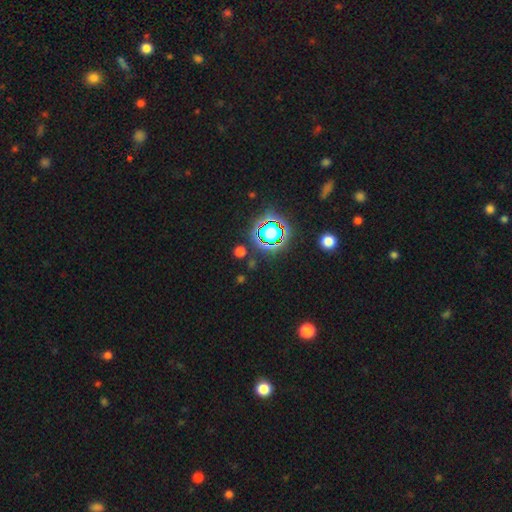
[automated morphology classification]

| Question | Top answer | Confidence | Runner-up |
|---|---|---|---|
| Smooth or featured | star or artifact | 80% | smooth (12%) |